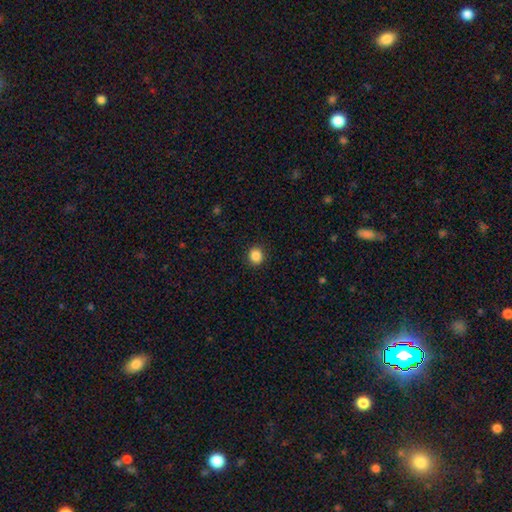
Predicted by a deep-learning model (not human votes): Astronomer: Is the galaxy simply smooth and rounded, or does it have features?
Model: smooth — 87%.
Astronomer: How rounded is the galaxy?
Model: round — 81%.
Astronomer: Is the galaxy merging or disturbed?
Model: none — 91%.